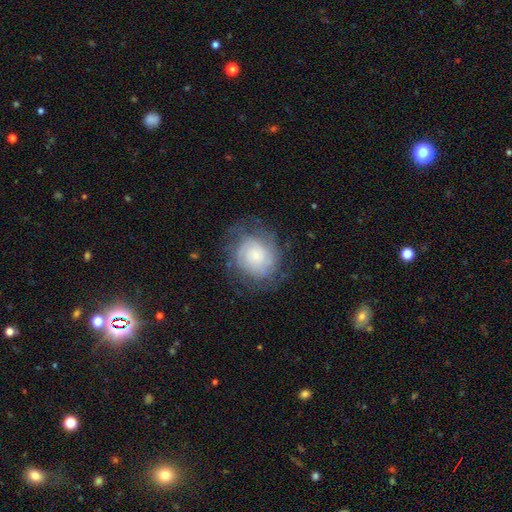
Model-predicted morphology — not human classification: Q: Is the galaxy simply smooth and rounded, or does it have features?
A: featured or disk — 59%.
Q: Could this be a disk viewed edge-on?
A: no — 98%.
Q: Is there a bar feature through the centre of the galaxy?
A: no — 82%.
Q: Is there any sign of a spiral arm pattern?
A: yes — 86%.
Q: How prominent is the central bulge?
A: small — 67%.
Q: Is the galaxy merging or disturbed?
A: none — 67%.